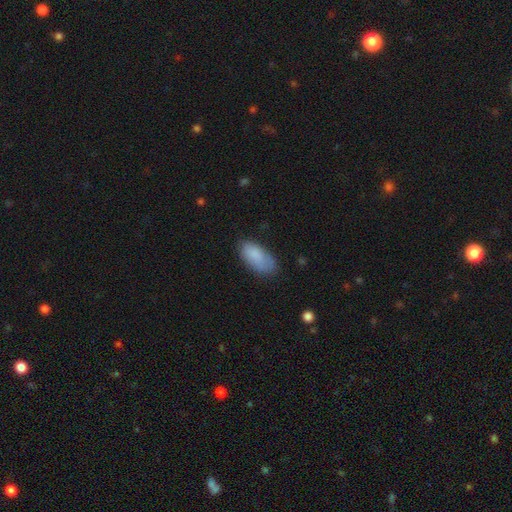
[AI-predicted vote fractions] smooth 84%, featured or disk 9%, star or artifact 7%. Down the decision tree: how rounded — in between (90%); merging — none (66%).